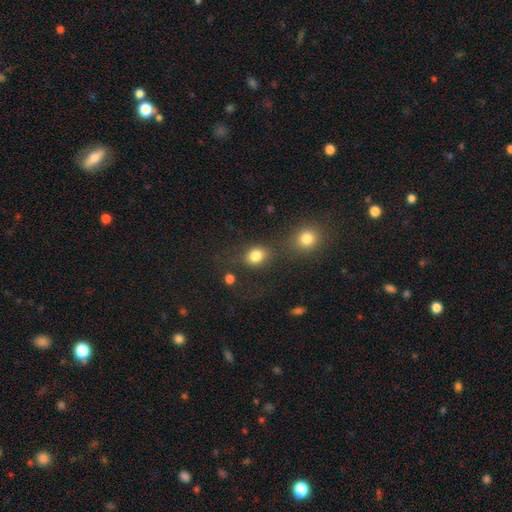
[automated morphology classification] This appears to be a smooth galaxy with no disk features (82%) that is round (62%). Merging: none (63%).